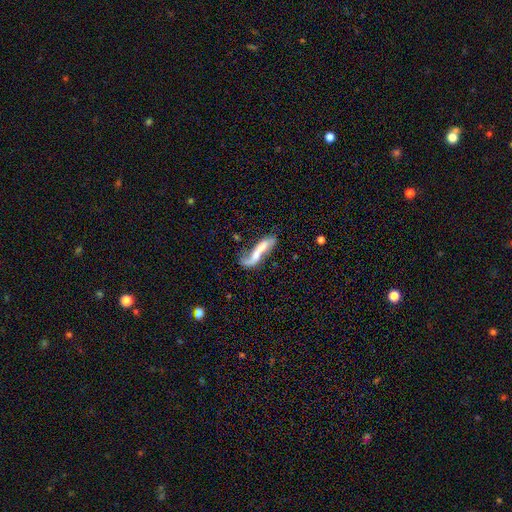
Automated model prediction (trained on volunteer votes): Smooth or featured? featured or disk (62%)
Edge-on disk? no (79%)
Merging? none (36%)